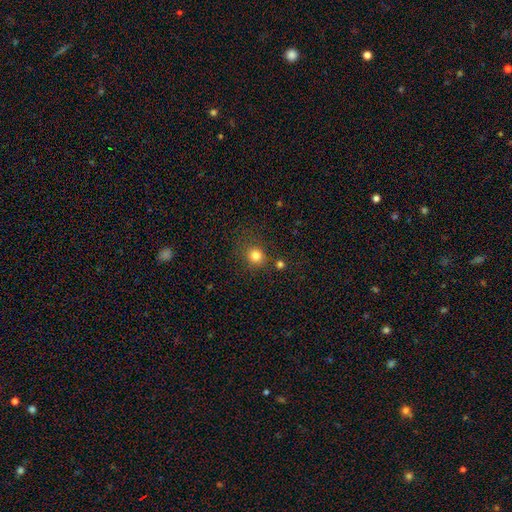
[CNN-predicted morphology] Smooth or featured? smooth (81%)
How rounded? round (86%)
Merging? none (78%)